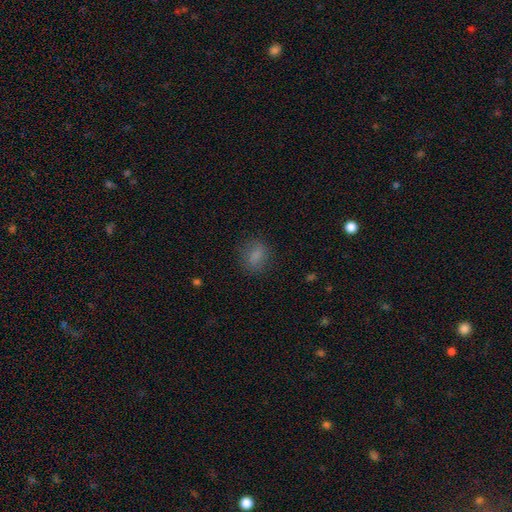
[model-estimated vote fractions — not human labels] A smooth galaxy with no disk features (80%) that is in between round and cigar-shaped (50%). Merging: none (79%).